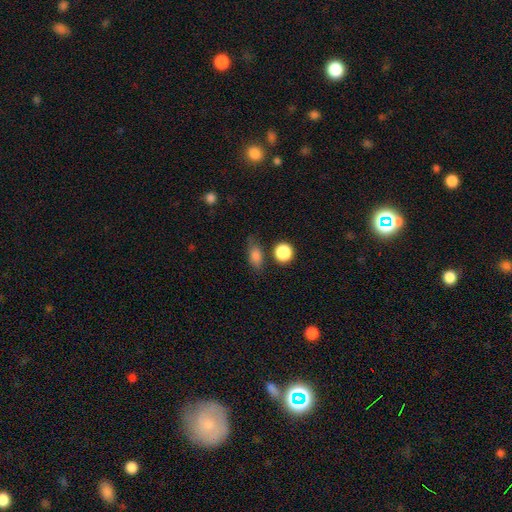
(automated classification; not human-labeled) Smooth or featured?
  - smooth: 80% *
  - star or artifact: 11%
  - featured or disk: 9%
How rounded?
  - in between: 70% *
  - round: 20%
  - cigar-shaped: 10%
Merging?
  - none: 69% *
  - minor disturbance: 20%
  - major disturbance: 6%
  - merger: 5%